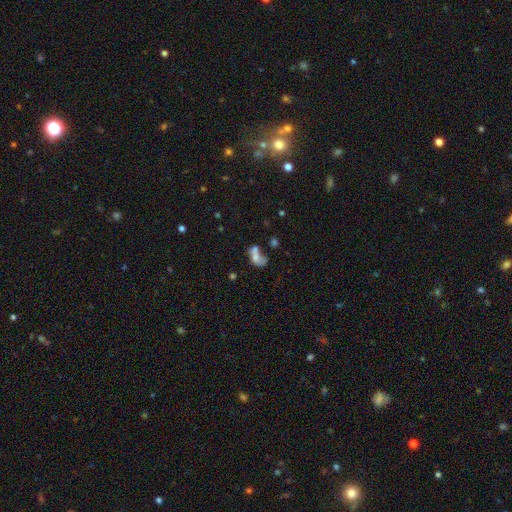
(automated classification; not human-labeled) smooth 52%, featured or disk 35%, star or artifact 13%. Down the decision tree: how rounded — in between (78%); merging — merger (56%).